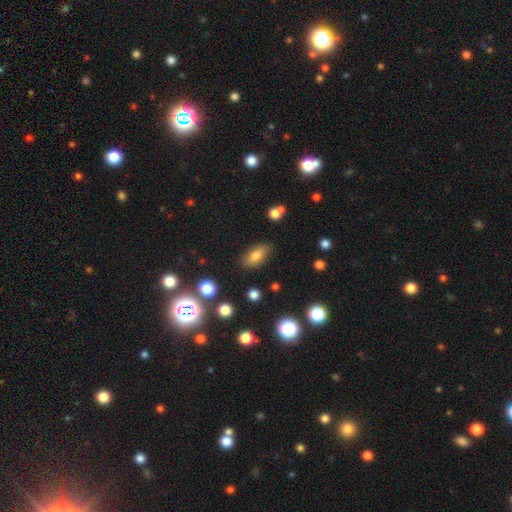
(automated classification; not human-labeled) Smooth or featured? Predicted: smooth (p=0.75). How rounded? Predicted: in between (p=0.85). Merging? Predicted: none (p=0.80).